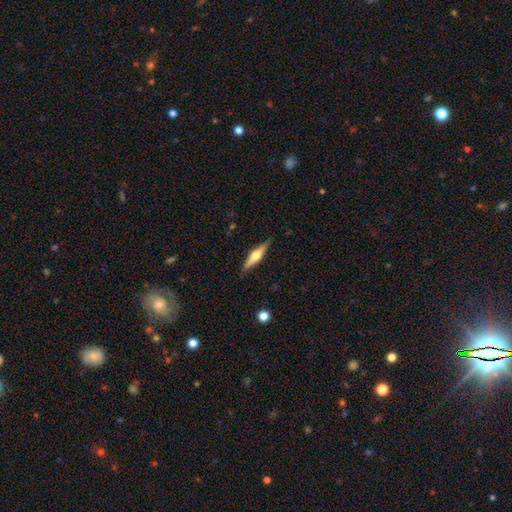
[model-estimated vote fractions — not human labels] Smooth or featured? featured or disk (66%)
Edge-on disk? yes (97%)
Edge-on bulge? rounded (93%)
Merging? none (88%)